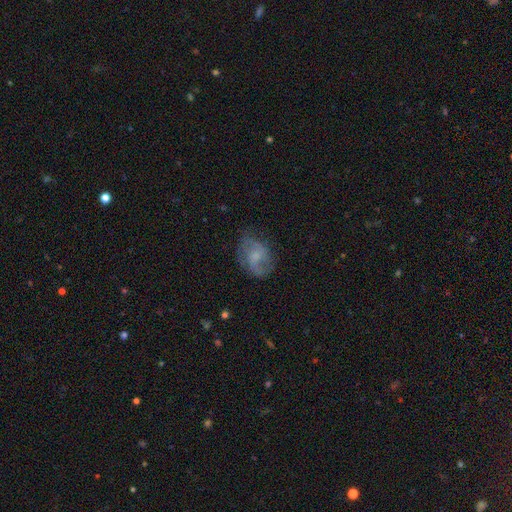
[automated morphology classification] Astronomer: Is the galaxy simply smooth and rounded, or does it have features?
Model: featured or disk — 57% (runner-up: smooth, 35%).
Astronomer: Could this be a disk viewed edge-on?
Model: no — 97%.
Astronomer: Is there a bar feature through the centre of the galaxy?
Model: no — 58% (runner-up: weak, 36%).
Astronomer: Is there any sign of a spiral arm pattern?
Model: yes — 80%.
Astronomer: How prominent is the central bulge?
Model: small — 47% (runner-up: moderate, 31%).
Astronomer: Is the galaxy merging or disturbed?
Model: none — 63%.